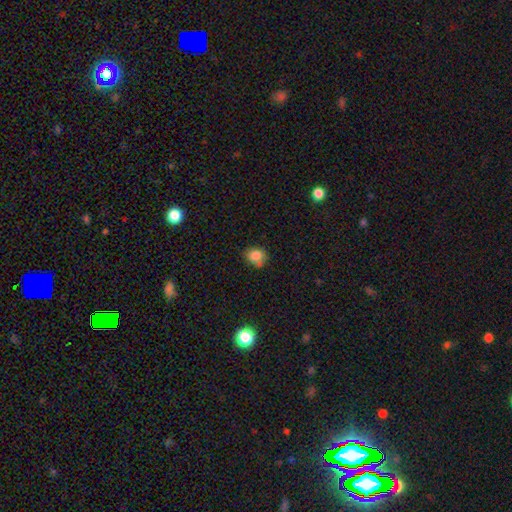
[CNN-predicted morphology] smooth-or-featured: smooth: 82% | star or artifact: 11% | featured or disk: 7%
  how-rounded: round: 68% | in between: 31% | cigar-shaped: 1%
  merging: none: 60% | minor disturbance: 28% | major disturbance: 6% | merger: 6%